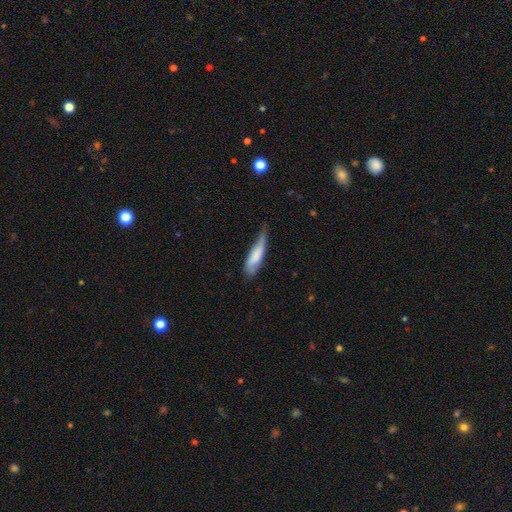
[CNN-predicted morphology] A smooth galaxy with no disk features (72%) that is cigar-shaped (65%). Merging: minor disturbance (47%).